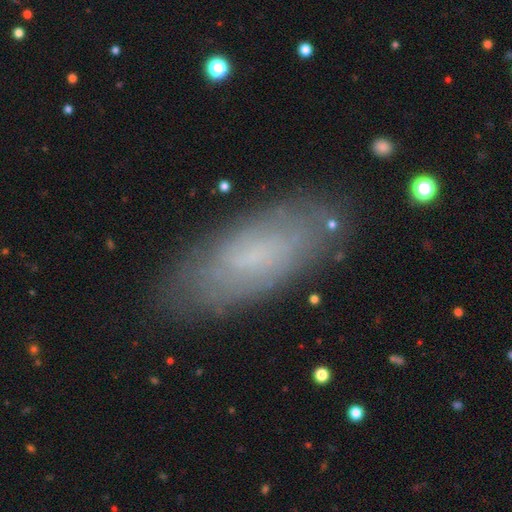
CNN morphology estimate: Q: Smooth or featured?
A: smooth (59%); runner-up: featured or disk (32%)
Q: How rounded?
A: in between (79%); runner-up: cigar-shaped (19%)
Q: Merging?
A: none (82%); runner-up: minor disturbance (13%)